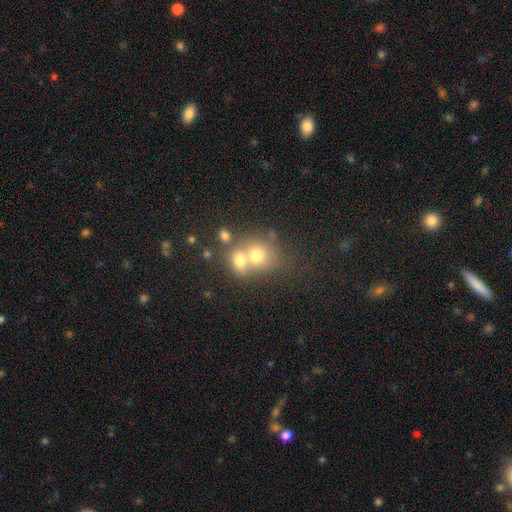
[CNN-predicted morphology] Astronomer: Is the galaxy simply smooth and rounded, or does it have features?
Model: smooth — 66%.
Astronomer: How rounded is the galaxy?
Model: round — 69%.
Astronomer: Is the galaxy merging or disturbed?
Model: merger — 62%.